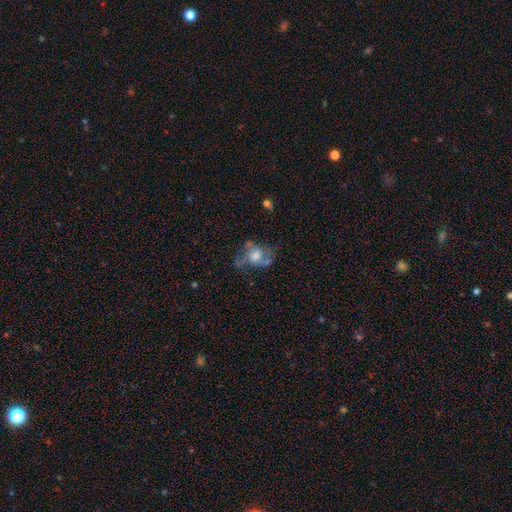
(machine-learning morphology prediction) A featured or disk galaxy (54%) with no bar (77%), spiral arms (53%) and a moderate central bulge (49%).

Vote fractions:
- Smooth or featured? featured or disk: 54% / smooth: 34% / star or artifact: 11%
- Edge-on disk? no: 95% / yes: 5%
- Bar? no: 77% / weak: 19% / strong: 4%
- Spiral arms? yes: 53% / no: 47%
- Bulge size? moderate: 49% / large: 23% / small: 19% / none: 7% / dominant: 3%
- Merging? none: 45% / major disturbance: 28% / minor disturbance: 22% / merger: 5%